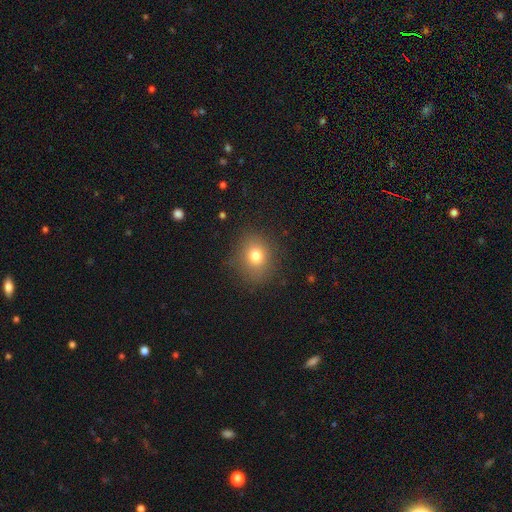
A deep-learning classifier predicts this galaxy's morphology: type=smooth (75%); roundness=round (73%); merging=none (84%).